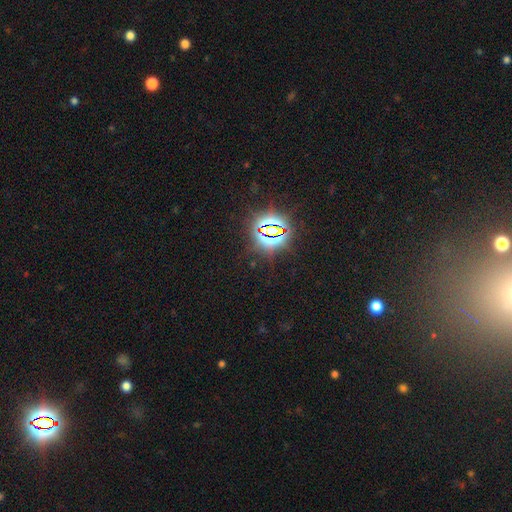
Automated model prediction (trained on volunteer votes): The model was most divided on "smooth or featured": star or artifact: 79%, smooth: 14%, featured or disk: 8%.